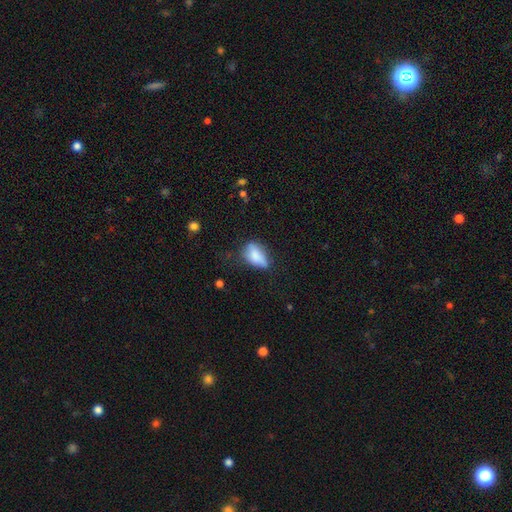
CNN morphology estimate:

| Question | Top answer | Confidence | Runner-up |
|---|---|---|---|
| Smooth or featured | smooth | 76% | featured or disk (16%) |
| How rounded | in between | 87% | round (7%) |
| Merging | none | 44% | minor disturbance (37%) |